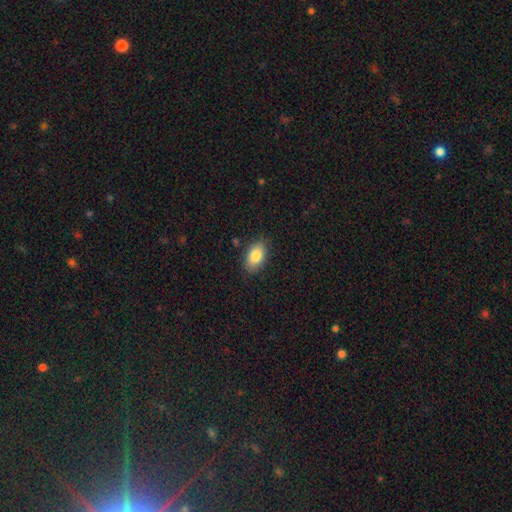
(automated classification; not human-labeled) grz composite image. It shows a smooth galaxy with no disk features (85%) that is in between round and cigar-shaped (91%). Merging: none (84%).